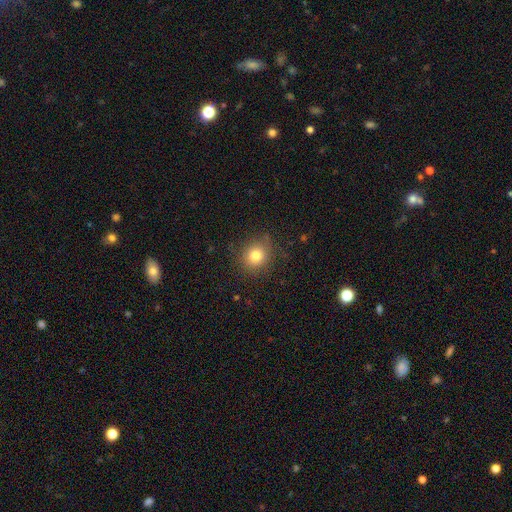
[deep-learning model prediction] Smooth or featured? Predicted: smooth (p=0.80). How rounded? Predicted: round (p=0.83). Merging? Predicted: none (p=0.82).